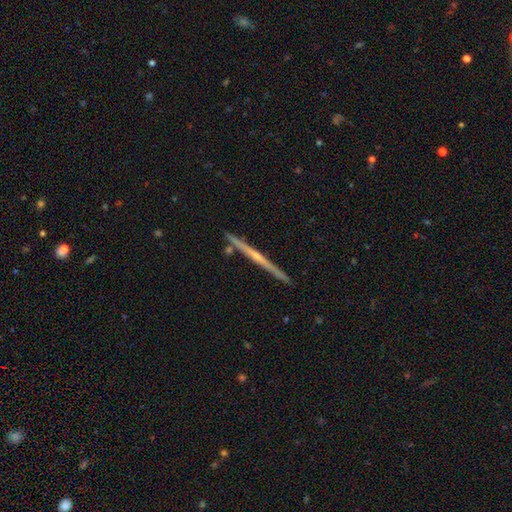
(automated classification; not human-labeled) smooth_or_featured: featured or disk (p=0.76) [alt: smooth p=0.19]
disk_edge_on: yes (p=0.98) [alt: no p=0.02]
edge_on_bulge: rounded (p=0.49) [alt: none p=0.46]
merging: none (p=0.90) [alt: minor disturbance p=0.06]